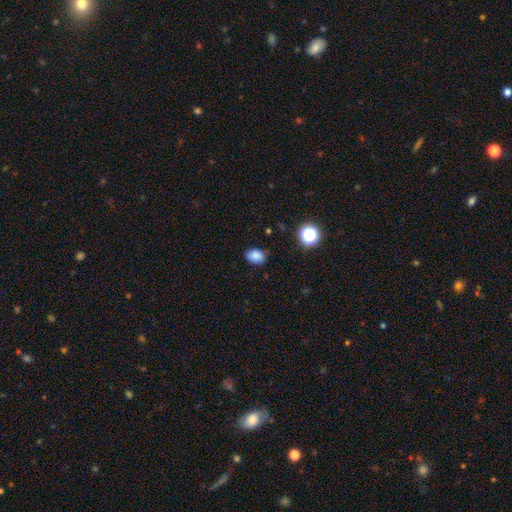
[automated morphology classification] type=smooth (83%); roundness=in between (77%); merging=none (77%).